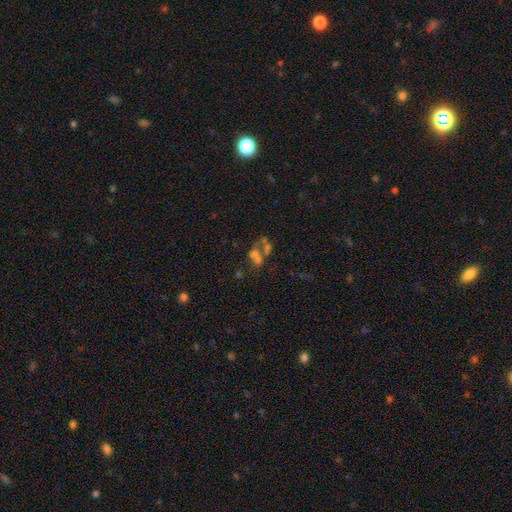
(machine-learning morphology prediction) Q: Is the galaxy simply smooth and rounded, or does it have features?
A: featured or disk — 42%.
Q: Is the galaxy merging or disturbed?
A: merger — 49%.